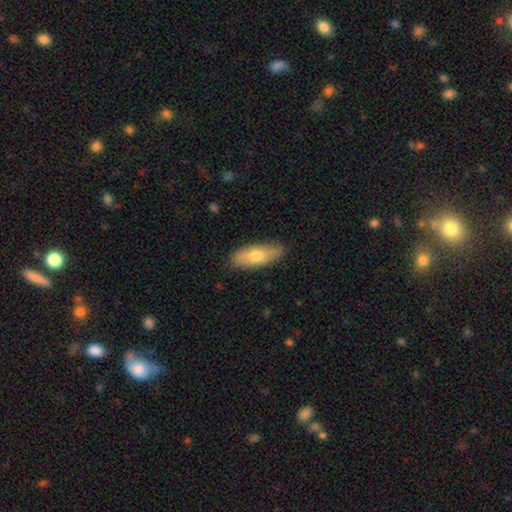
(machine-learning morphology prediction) A smooth galaxy with no disk features (72%) that is in between round and cigar-shaped (74%). Merging: none (84%).